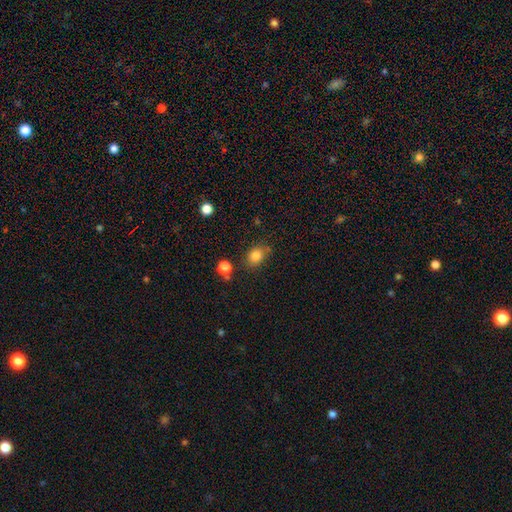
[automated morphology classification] Smooth or featured?
  - smooth: 83% *
  - star or artifact: 11%
  - featured or disk: 6%
How rounded?
  - in between: 53% *
  - round: 46%
  - cigar-shaped: 1%
Merging?
  - none: 72% *
  - minor disturbance: 17%
  - merger: 7%
  - major disturbance: 5%